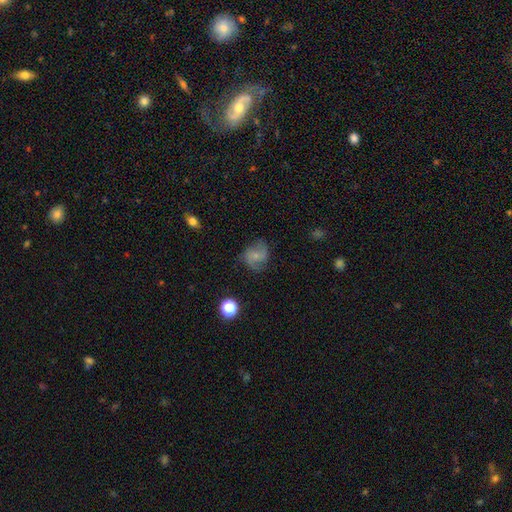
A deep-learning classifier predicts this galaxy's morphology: featured or disk 47%, smooth 42%, star or artifact 11%. Down the decision tree: merging — none (64%).